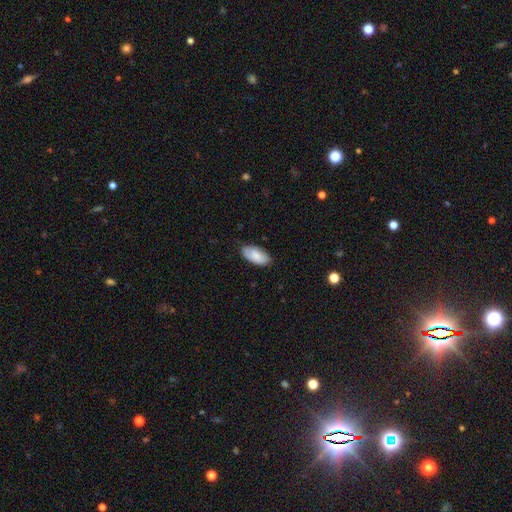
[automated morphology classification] This is clearly a smooth galaxy (82%). How rounded: clearly in between (93%). Merging: clearly none (80%).